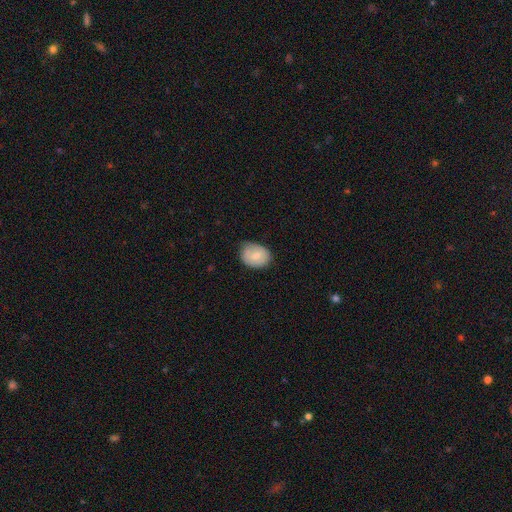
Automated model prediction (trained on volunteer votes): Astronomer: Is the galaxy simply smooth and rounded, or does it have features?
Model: smooth — 74%.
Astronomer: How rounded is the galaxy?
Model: in between — 60% (runner-up: round, 39%).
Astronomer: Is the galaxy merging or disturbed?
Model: none — 70%.